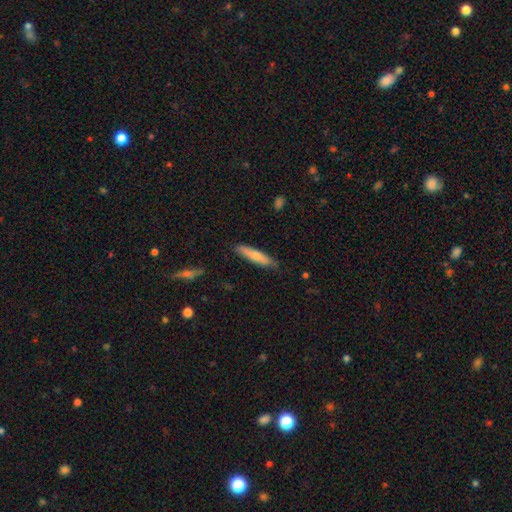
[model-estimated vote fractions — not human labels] smooth 67%, featured or disk 27%, star or artifact 6%. Down the decision tree: how rounded — cigar-shaped (81%); merging — none (82%).